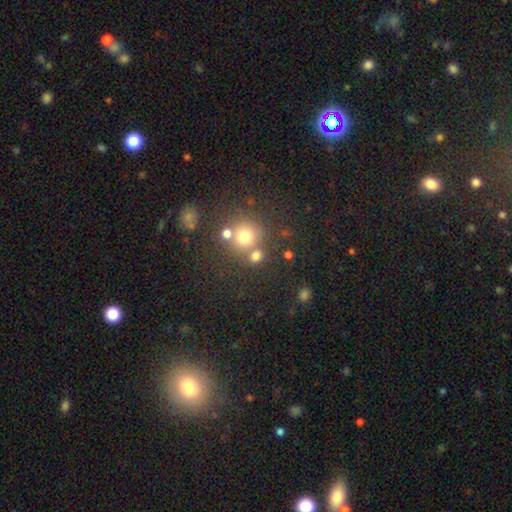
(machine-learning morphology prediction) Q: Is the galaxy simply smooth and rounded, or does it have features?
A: smooth — 71%.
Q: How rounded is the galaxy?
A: round — 81%.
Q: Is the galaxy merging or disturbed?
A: none — 62%.